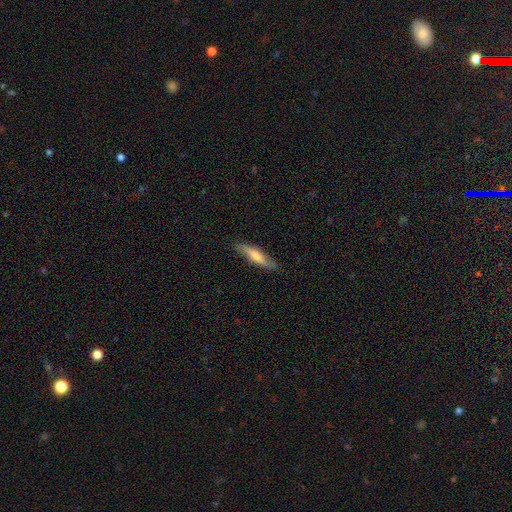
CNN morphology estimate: Smooth or featured: smooth — 55% (featured or disk — 39%)
How rounded: cigar-shaped — 80% (in between — 19%)
Merging: none — 82% (minor disturbance — 14%)